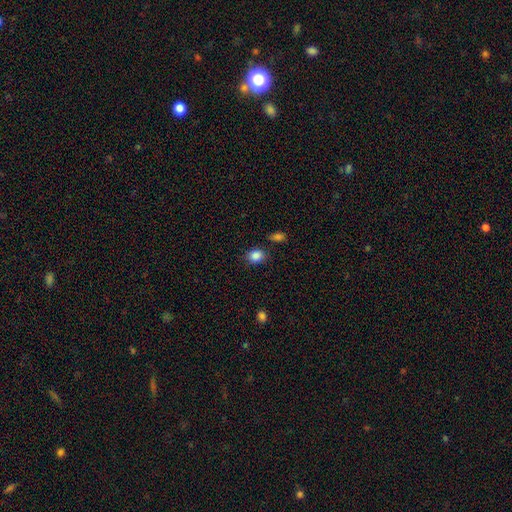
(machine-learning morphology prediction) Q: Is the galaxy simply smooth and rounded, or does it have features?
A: smooth — 86%.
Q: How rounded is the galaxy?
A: in between — 50%.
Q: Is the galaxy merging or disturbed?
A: none — 79%.